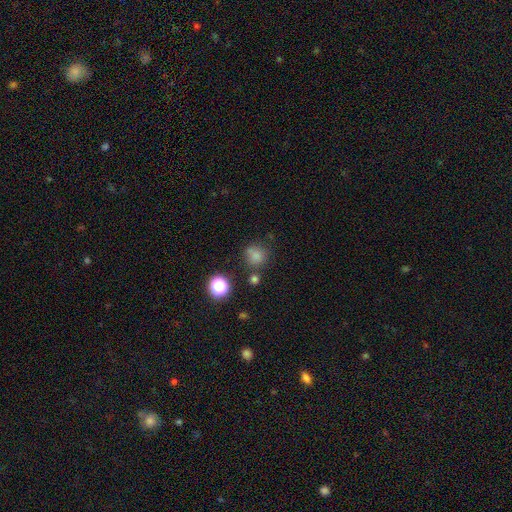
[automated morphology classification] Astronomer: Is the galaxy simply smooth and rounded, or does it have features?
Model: smooth — 75%.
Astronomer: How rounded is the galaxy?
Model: round — 85%.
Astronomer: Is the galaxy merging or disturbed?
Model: none — 66%.